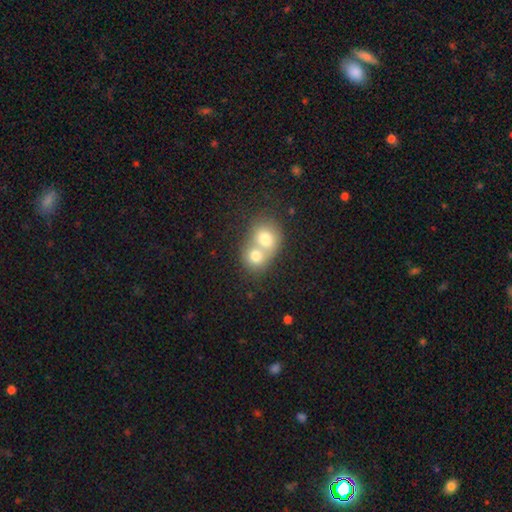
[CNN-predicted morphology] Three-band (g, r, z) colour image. It shows a smooth galaxy with no disk features (72%) that is round (68%). Merging: merger (73%).